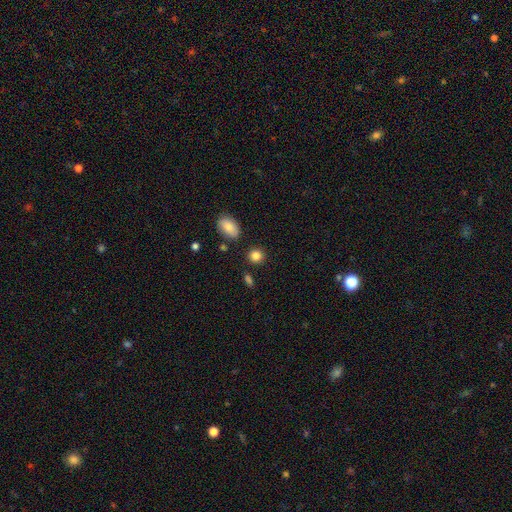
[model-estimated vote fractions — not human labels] Q: Smooth or featured?
A: smooth (85%); runner-up: star or artifact (10%)
Q: How rounded?
A: round (83%); runner-up: in between (16%)
Q: Merging?
A: none (85%); runner-up: minor disturbance (8%)